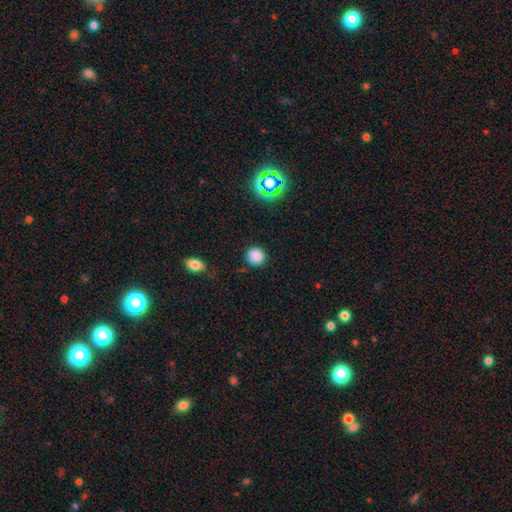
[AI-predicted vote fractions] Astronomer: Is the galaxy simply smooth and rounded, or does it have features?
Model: smooth — 85%.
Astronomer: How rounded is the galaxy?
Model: round — 89%.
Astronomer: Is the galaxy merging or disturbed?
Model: none — 87%.